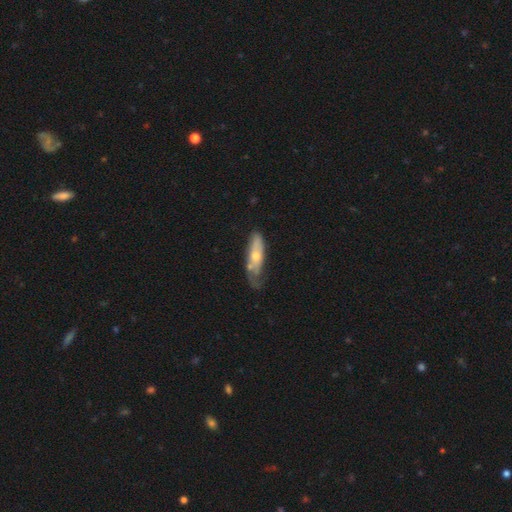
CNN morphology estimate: smooth_or_featured: smooth (p=0.55) [alt: featured or disk p=0.40]
how_rounded: cigar-shaped (p=0.51) [alt: in between p=0.47]
merging: minor disturbance (p=0.37) [alt: none p=0.36]